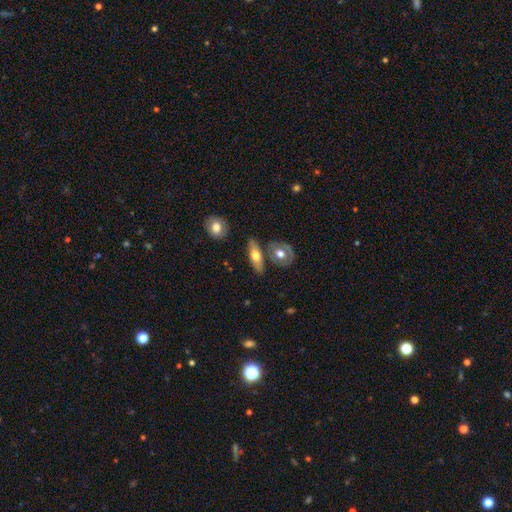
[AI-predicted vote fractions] This is likely a smooth galaxy (60%). How rounded: likely in between (66%). Merging: likely none (73%).